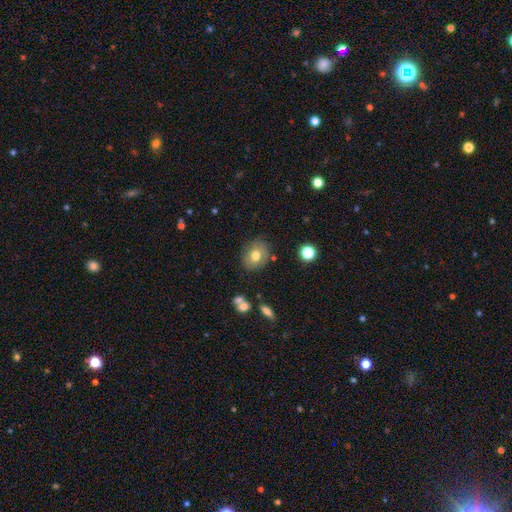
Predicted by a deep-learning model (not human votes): The model was most divided on "how rounded": round: 52%, in between: 47%, cigar-shaped: 1%. More confident: merging — none (80%); smooth or featured — smooth (73%).